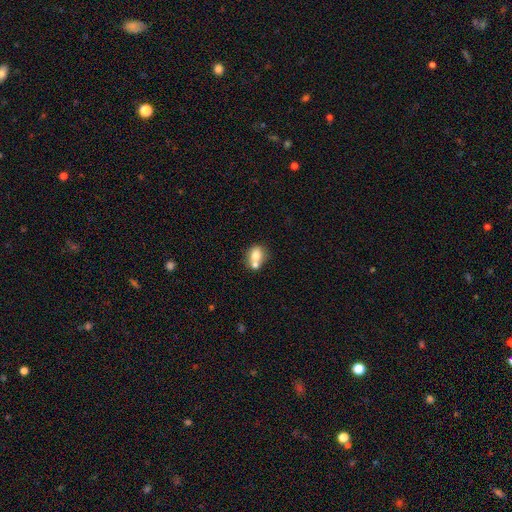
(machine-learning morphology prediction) This is likely a smooth galaxy (72%). How rounded: possibly round (58%). Merging: possibly merger (49%).